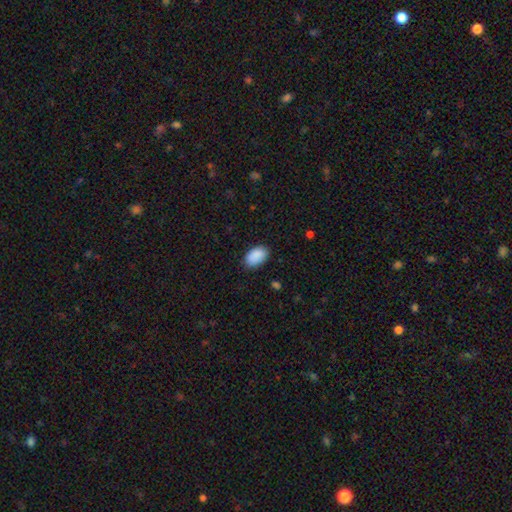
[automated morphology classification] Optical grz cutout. It shows a smooth galaxy with no disk features (90%) that is in between round and cigar-shaped (93%). Merging: none (85%).